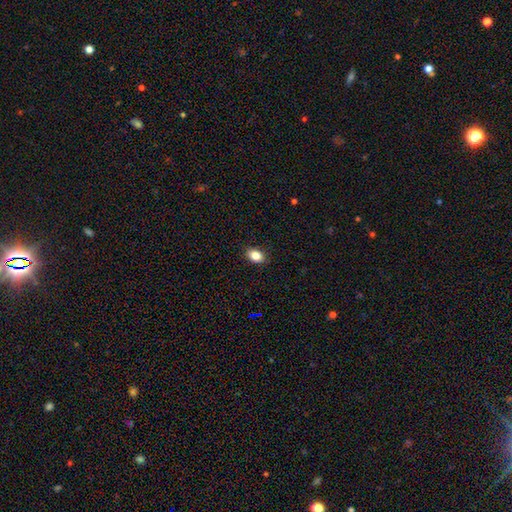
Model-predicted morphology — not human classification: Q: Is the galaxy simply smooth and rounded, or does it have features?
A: smooth — 84%.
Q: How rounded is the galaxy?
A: in between — 79%.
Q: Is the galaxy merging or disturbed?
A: none — 89%.